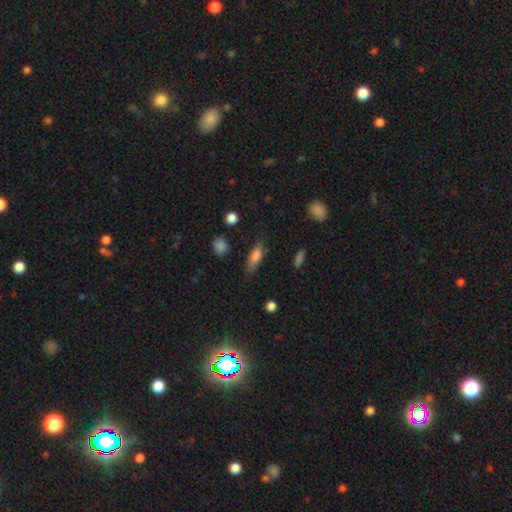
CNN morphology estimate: This is likely a smooth galaxy (74%). How rounded: possibly in between (55%). Merging: likely none (68%).